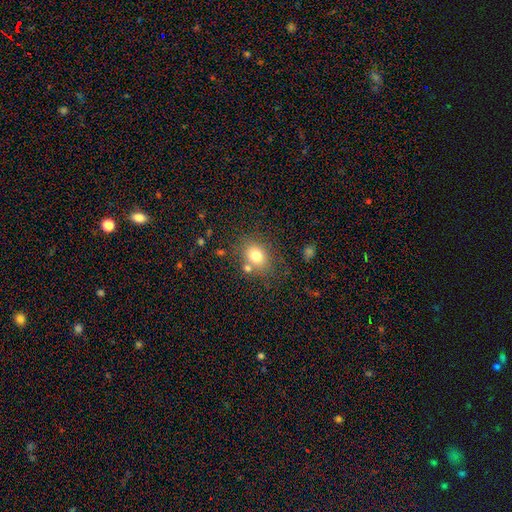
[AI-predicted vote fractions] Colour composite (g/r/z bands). It shows a smooth galaxy with no disk features (76%) that is round (52%). Merging: none (68%).